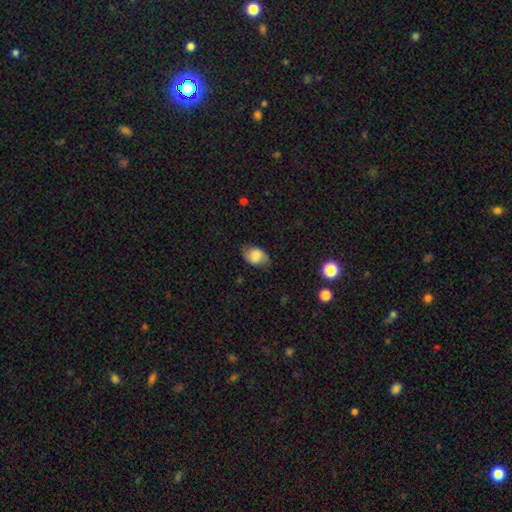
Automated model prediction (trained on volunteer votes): A smooth galaxy with no disk features (78%) that is in between round and cigar-shaped (82%).

Vote fractions:
- Smooth or featured? smooth: 78% / featured or disk: 14% / star or artifact: 8%
- How rounded? in between: 82% / round: 16% / cigar-shaped: 1%
- Merging? none: 75% / minor disturbance: 19% / major disturbance: 5% / merger: 1%